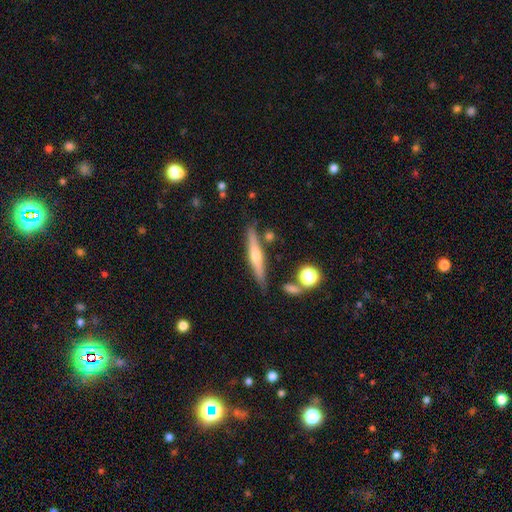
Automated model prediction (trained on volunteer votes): A featured or disk galaxy (65%) viewed edge-on (96%) with a rounded central bulge (85%). Merging: none (82%).